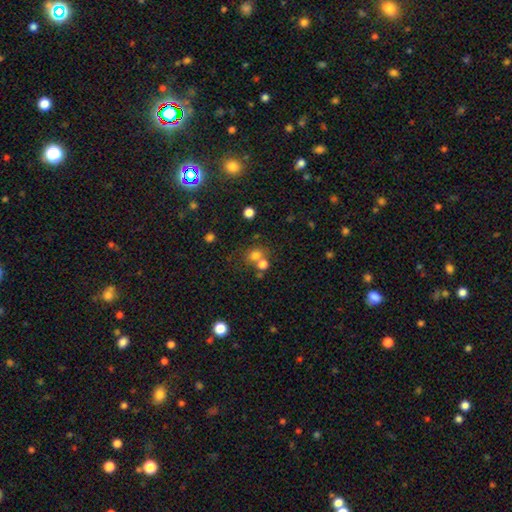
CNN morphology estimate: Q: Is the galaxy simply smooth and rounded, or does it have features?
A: smooth — 73%.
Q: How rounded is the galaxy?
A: round — 63%.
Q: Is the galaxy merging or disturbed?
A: none — 49%.